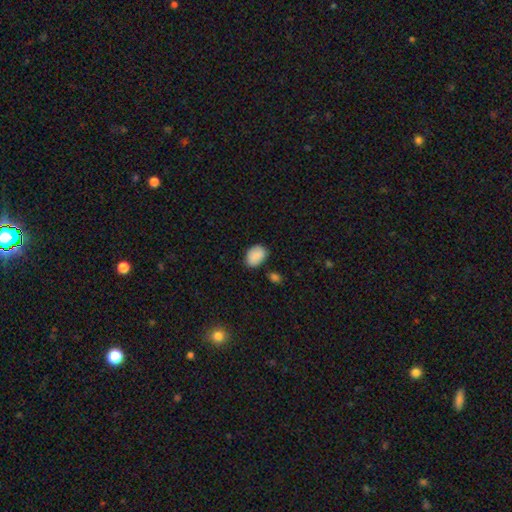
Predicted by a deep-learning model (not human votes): A smooth galaxy with no disk features (88%) that is in between round and cigar-shaped (81%). Merging: none (75%).